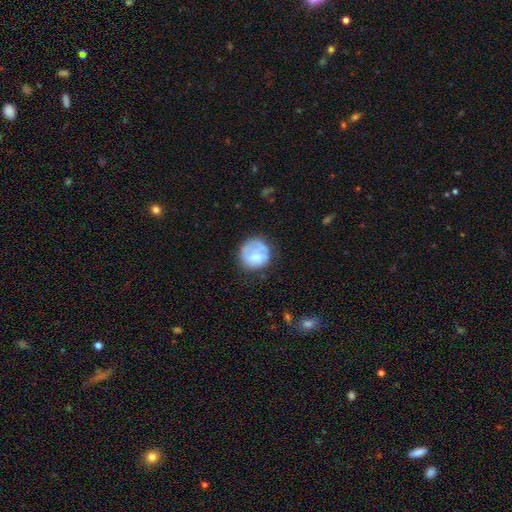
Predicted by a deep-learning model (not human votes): The model was most divided on "merging": none: 61%, minor disturbance: 24%, major disturbance: 13%, merger: 2%. More confident: how rounded — round (88%); smooth or featured — smooth (67%).